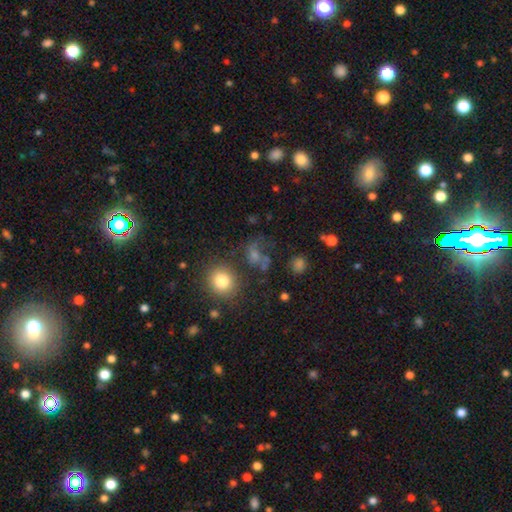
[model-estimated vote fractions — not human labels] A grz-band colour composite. It shows a smooth galaxy with no disk features (55%) that is round (61%). Merging: none (47%).